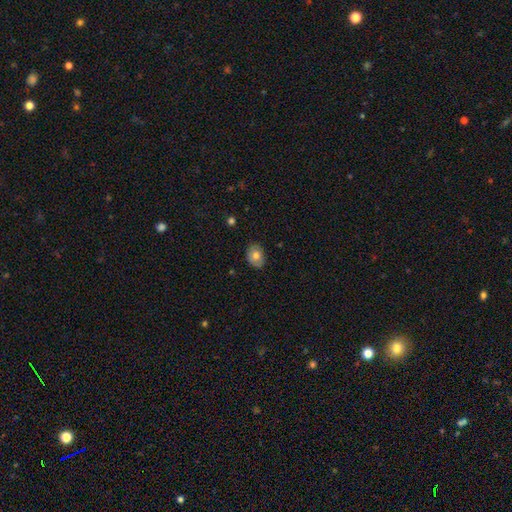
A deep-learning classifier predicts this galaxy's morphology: The model was most divided on "how rounded": in between: 65%, round: 34%, cigar-shaped: 1%. More confident: merging — none (84%); smooth or featured — smooth (73%).